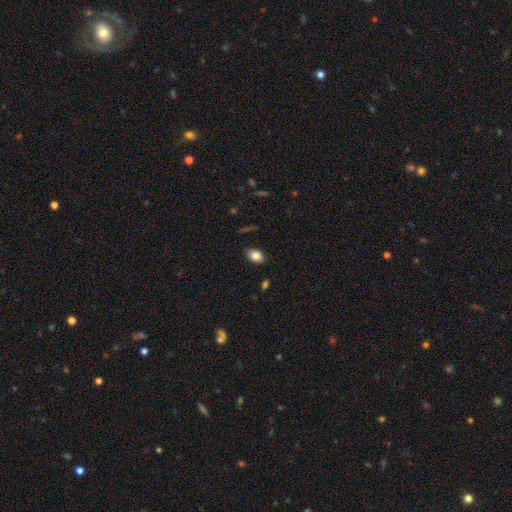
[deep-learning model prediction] smooth_or_featured: smooth (p=0.83) [alt: star or artifact p=0.09]
how_rounded: in between (p=0.76) [alt: round p=0.23]
merging: none (p=0.85) [alt: minor disturbance p=0.12]